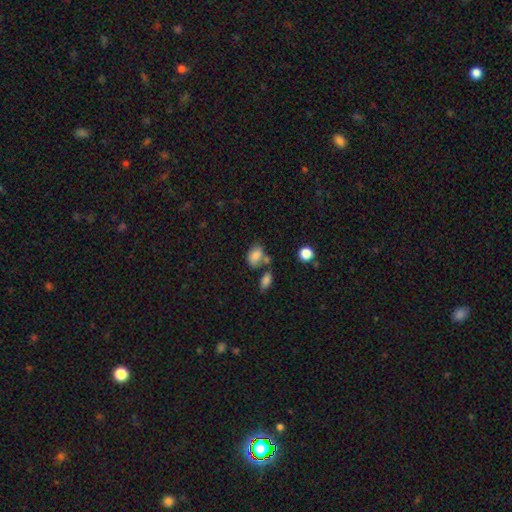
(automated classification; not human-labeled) smooth-or-featured: smooth: 81% | star or artifact: 10% | featured or disk: 9%
  how-rounded: in between: 82% | round: 17% | cigar-shaped: 2%
  merging: none: 47% | merger: 27% | minor disturbance: 18% | major disturbance: 7%